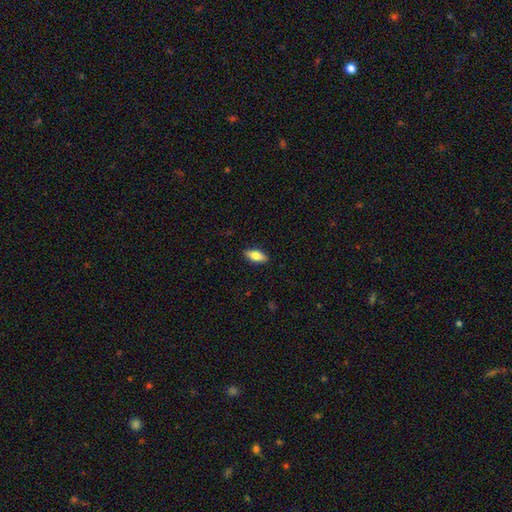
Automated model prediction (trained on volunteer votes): Morphology: type=smooth (70%); roundness=in between (78%); merging=none (89%).